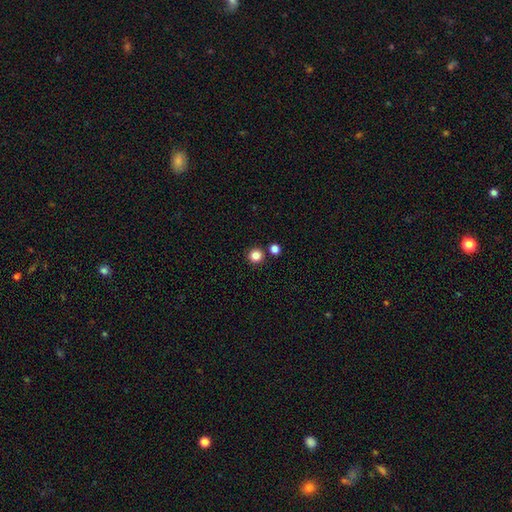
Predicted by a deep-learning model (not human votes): Q: Smooth or featured?
A: smooth (84%); runner-up: star or artifact (12%)
Q: How rounded?
A: round (95%); runner-up: in between (4%)
Q: Merging?
A: none (86%); runner-up: merger (7%)